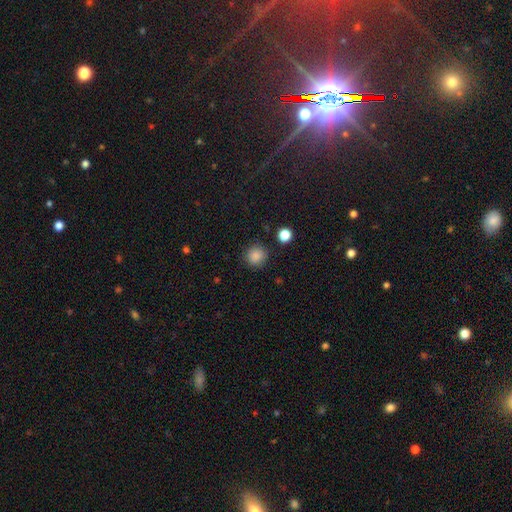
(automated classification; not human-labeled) smooth 86%, star or artifact 10%, featured or disk 3%. Down the decision tree: how rounded — round (92%); merging — none (88%).